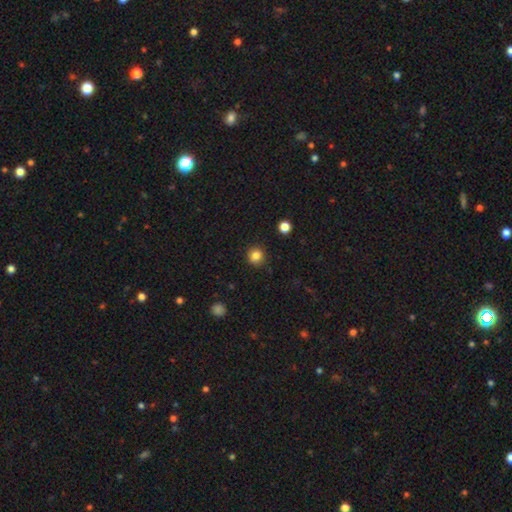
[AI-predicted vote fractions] Q: Smooth or featured?
A: smooth (84%); runner-up: star or artifact (12%)
Q: How rounded?
A: round (90%); runner-up: in between (9%)
Q: Merging?
A: none (90%); runner-up: minor disturbance (7%)